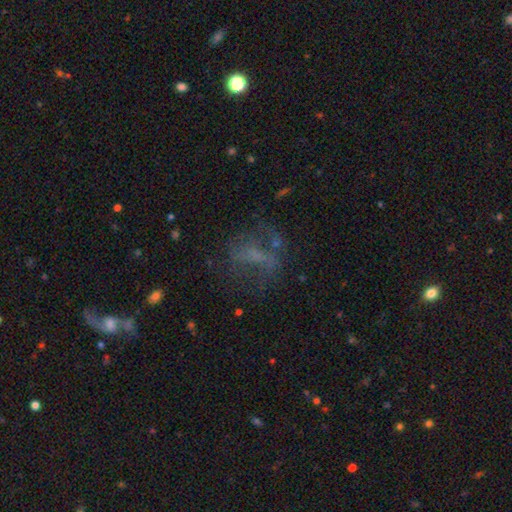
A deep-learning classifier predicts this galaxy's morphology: Overall: featured or disk (40%; smooth 32%). Merging: none (49%; major disturbance 28%).